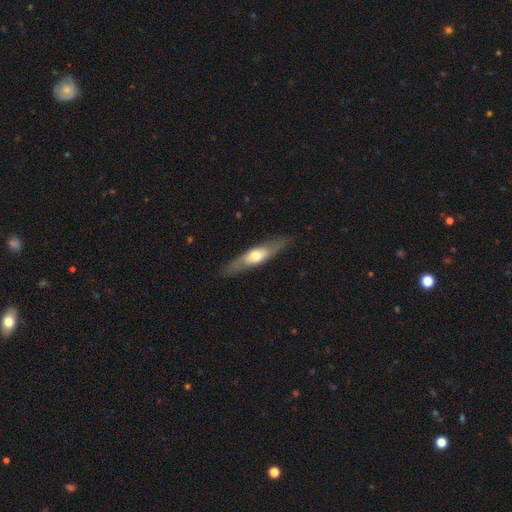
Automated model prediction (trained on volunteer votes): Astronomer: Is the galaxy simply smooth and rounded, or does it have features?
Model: featured or disk — 51% (runner-up: smooth, 44%).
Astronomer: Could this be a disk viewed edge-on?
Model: yes — 68%.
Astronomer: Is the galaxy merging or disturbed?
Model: none — 83%.